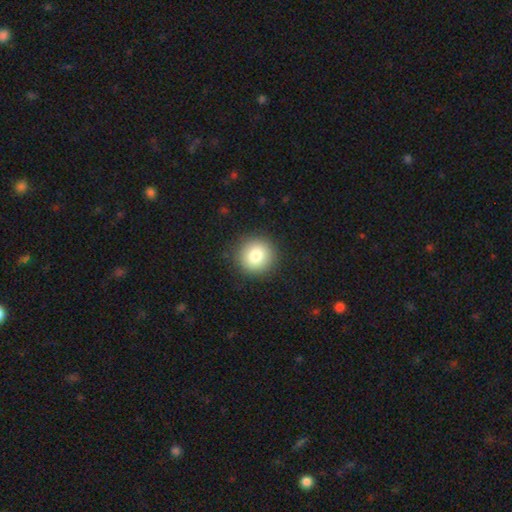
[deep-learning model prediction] Overall: smooth (82%). How rounded: round (93%). Merging: none (90%).